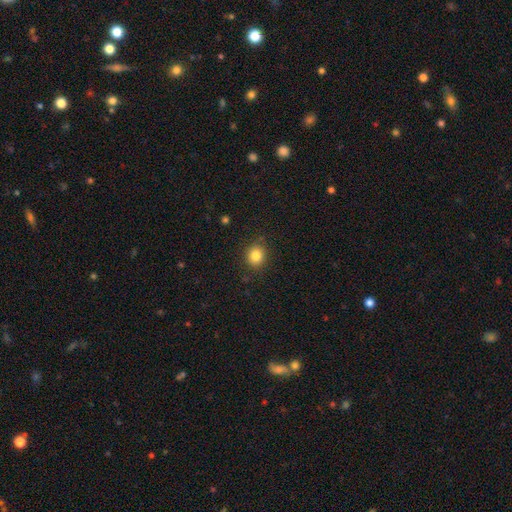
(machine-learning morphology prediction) This is clearly a smooth galaxy (83%). How rounded: likely round (78%). Merging: clearly none (86%).